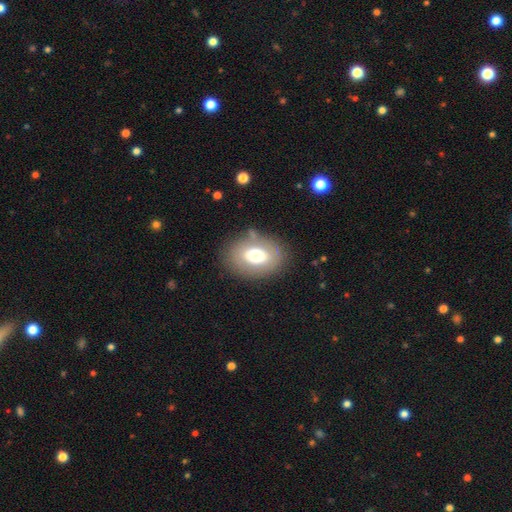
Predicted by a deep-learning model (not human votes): This is likely a smooth galaxy (64%). How rounded: likely in between (69%). Merging: likely none (78%).